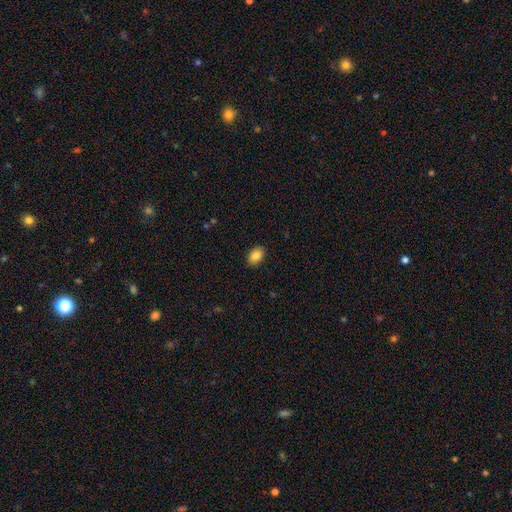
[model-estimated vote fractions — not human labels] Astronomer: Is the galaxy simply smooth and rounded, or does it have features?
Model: smooth — 86%.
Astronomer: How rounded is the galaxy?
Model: in between — 81%.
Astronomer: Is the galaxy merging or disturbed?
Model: none — 89%.